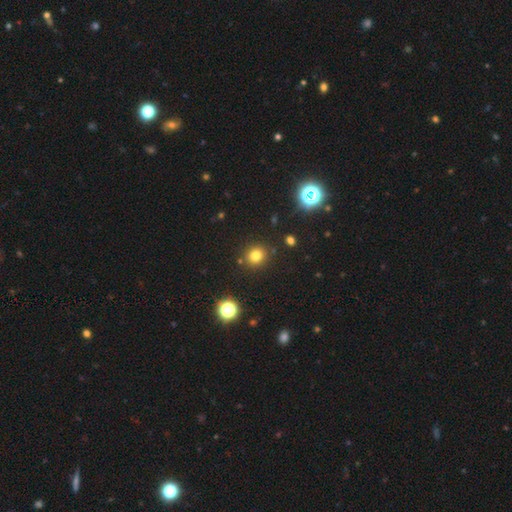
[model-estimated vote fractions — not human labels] A smooth galaxy with no disk features (76%) that is round (87%).

Vote fractions:
- Smooth or featured? smooth: 76% / star or artifact: 17% / featured or disk: 6%
- How rounded? round: 87% / in between: 12% / cigar-shaped: 1%
- Merging? none: 87% / minor disturbance: 7% / merger: 3% / major disturbance: 3%